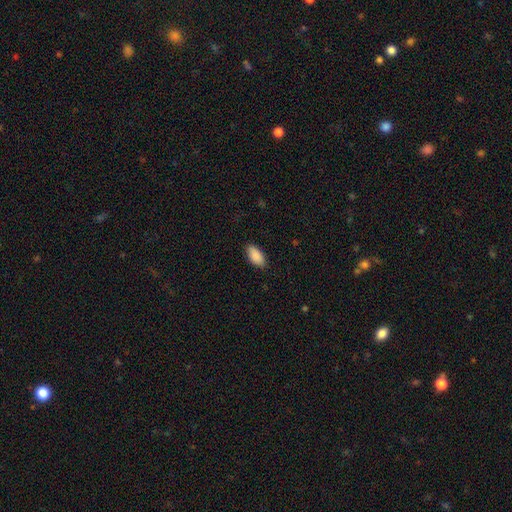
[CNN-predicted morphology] A smooth galaxy with no disk features (90%) that is in between round and cigar-shaped (93%).

Vote fractions:
- Smooth or featured? smooth: 90% / star or artifact: 6% / featured or disk: 3%
- How rounded? in between: 93% / cigar-shaped: 5% / round: 2%
- Merging? none: 87% / minor disturbance: 10% / major disturbance: 2% / merger: 1%